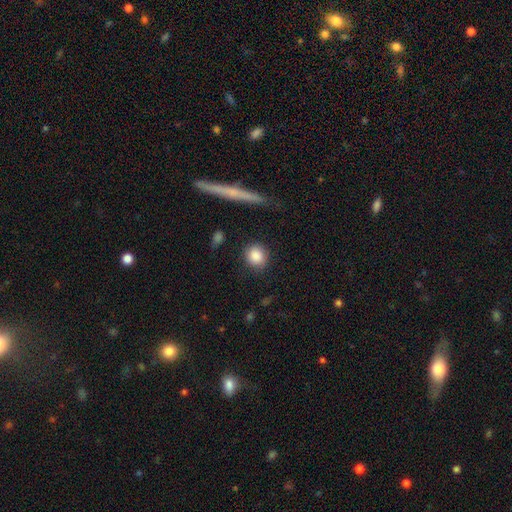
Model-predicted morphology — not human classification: Q: Smooth or featured?
A: smooth (86%); runner-up: star or artifact (8%)
Q: How rounded?
A: round (82%); runner-up: in between (16%)
Q: Merging?
A: none (84%); runner-up: minor disturbance (10%)